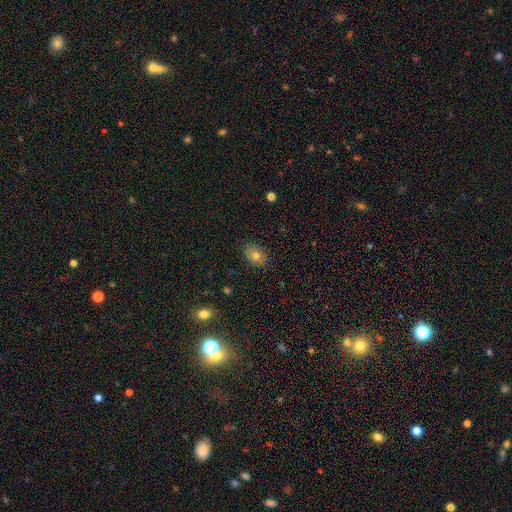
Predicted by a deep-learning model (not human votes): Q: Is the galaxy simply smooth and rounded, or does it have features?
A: smooth — 70%.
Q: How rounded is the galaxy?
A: in between — 65%.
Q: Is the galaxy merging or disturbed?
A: none — 85%.